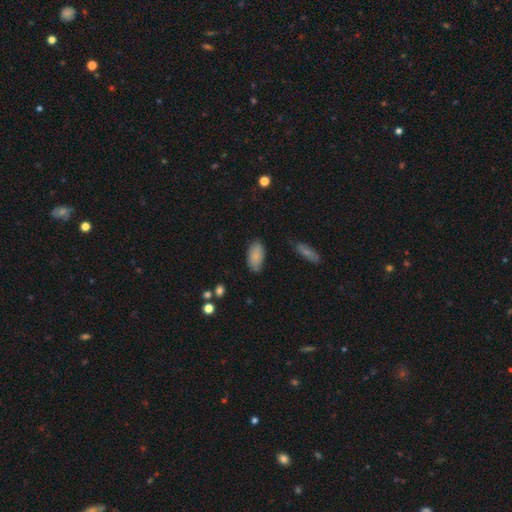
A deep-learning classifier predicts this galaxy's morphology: The model was most divided on "merging": none: 76%, minor disturbance: 18%, major disturbance: 4%, merger: 2%. More confident: how rounded — in between (94%); smooth or featured — smooth (81%).